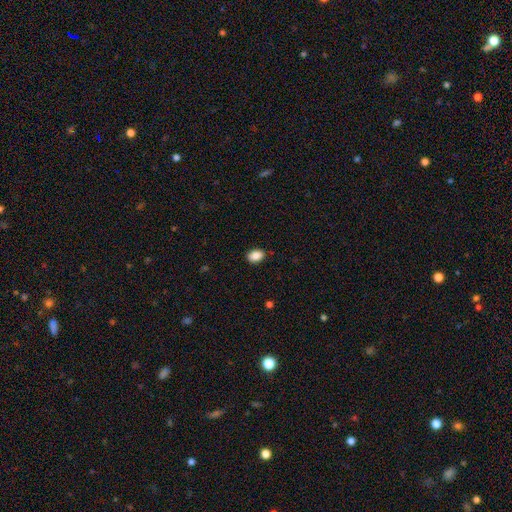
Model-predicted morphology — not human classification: The model was most divided on "how rounded": in between: 80%, round: 19%, cigar-shaped: 1%. More confident: smooth or featured — smooth (88%); merging — none (88%).